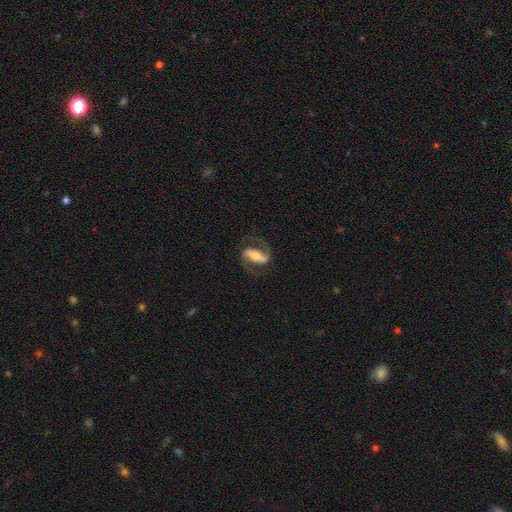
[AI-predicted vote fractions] The model was most divided on "bulge size": moderate: 47%, small: 34%, large: 12%, none: 5%, dominant: 2%. More confident: spiral arms — yes (95%); edge-on disk — no (95%); spiral arm count — 2 (91%); smooth or featured — featured or disk (86%); merging — none (76%); bar — strong (66%); spiral winding — medium (55%).